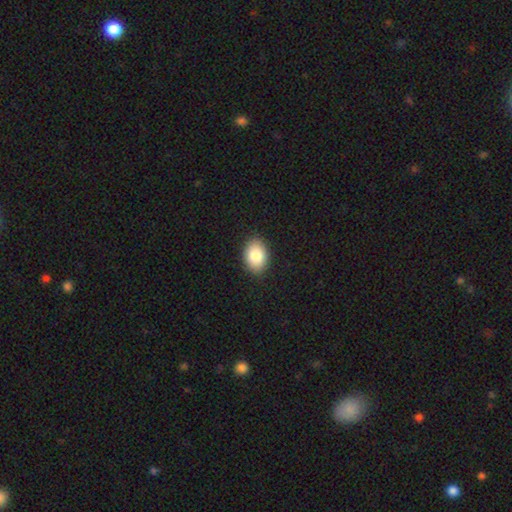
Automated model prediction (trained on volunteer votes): smooth-or-featured: smooth: 85% | featured or disk: 8% | star or artifact: 7%
  how-rounded: in between: 82% | round: 17% | cigar-shaped: 1%
  merging: none: 89% | minor disturbance: 8% | major disturbance: 2% | merger: 1%